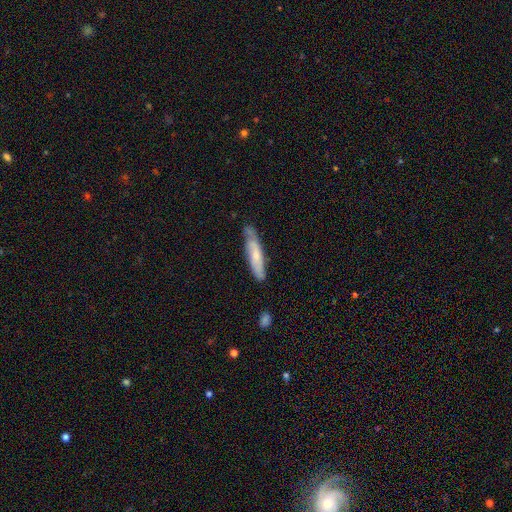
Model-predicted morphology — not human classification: Q: Smooth or featured?
A: smooth (49%); runner-up: featured or disk (45%)
Q: Merging?
A: none (67%); runner-up: minor disturbance (25%)